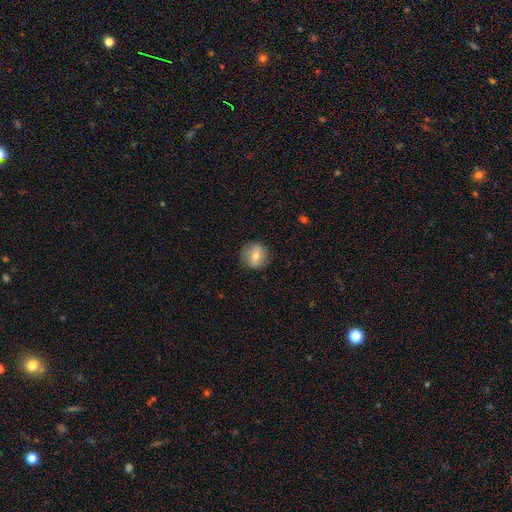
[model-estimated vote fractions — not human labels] This appears to be a smooth galaxy with no disk features (65%) that is round (87%). Merging: none (86%).